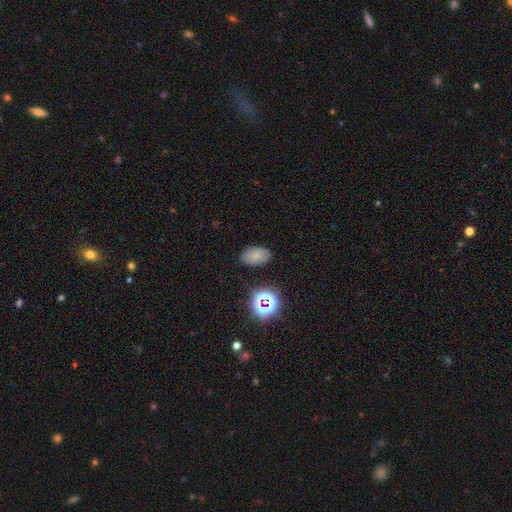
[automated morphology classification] This appears to be a smooth galaxy with no disk features (73%) that is in between round and cigar-shaped (89%). Merging: none (83%).